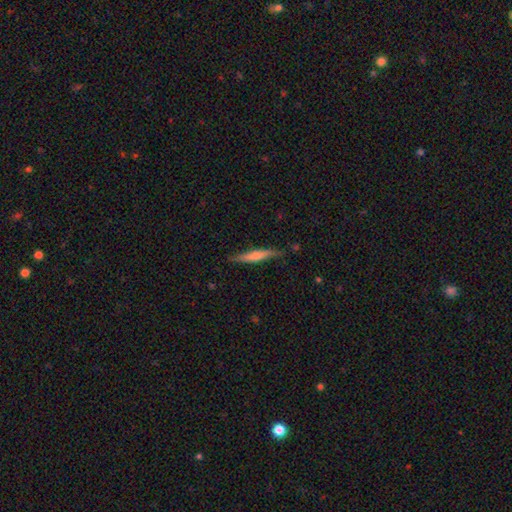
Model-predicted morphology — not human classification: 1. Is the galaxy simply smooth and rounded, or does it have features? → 56% smooth, 38% featured or disk, 6% star or artifact.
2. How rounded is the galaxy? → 92% cigar-shaped, 7% in between, 1% round.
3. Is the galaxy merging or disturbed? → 79% none, 16% minor disturbance, 3% major disturbance, 2% merger.